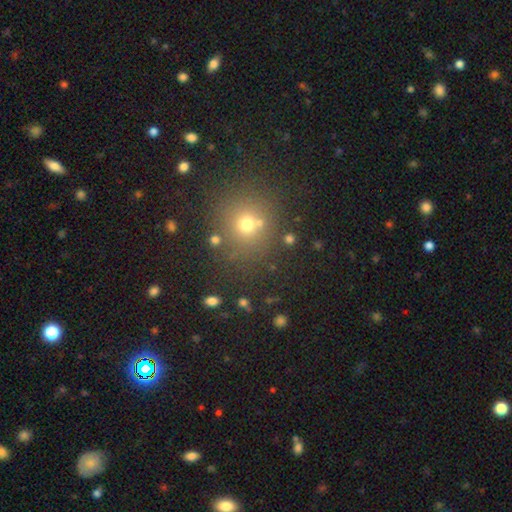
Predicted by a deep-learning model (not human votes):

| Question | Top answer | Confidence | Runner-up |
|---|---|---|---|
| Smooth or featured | smooth | 57% | star or artifact (34%) |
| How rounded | round | 89% | in between (10%) |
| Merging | none | 85% | minor disturbance (8%) |